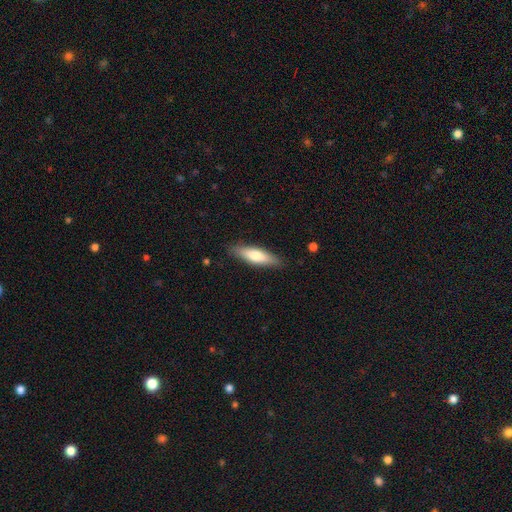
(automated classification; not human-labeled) A smooth galaxy with no disk features (67%) that is cigar-shaped (62%).

Vote fractions:
- Smooth or featured? smooth: 67% / featured or disk: 28% / star or artifact: 5%
- How rounded? cigar-shaped: 62% / in between: 37% / round: 2%
- Merging? none: 86% / minor disturbance: 10% / major disturbance: 2% / merger: 1%